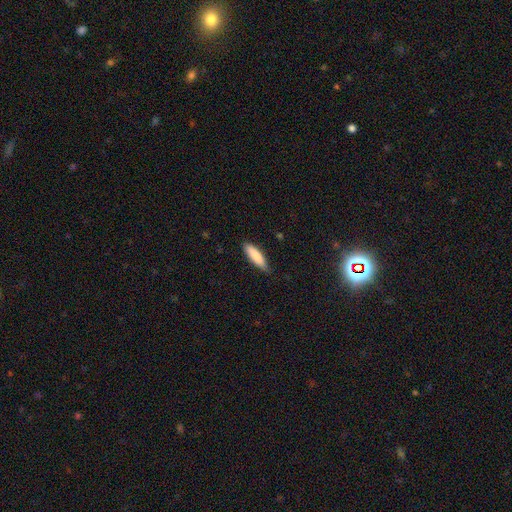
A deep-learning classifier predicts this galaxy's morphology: A smooth galaxy with no disk features (84%) that is cigar-shaped (64%). Merging: none (82%).